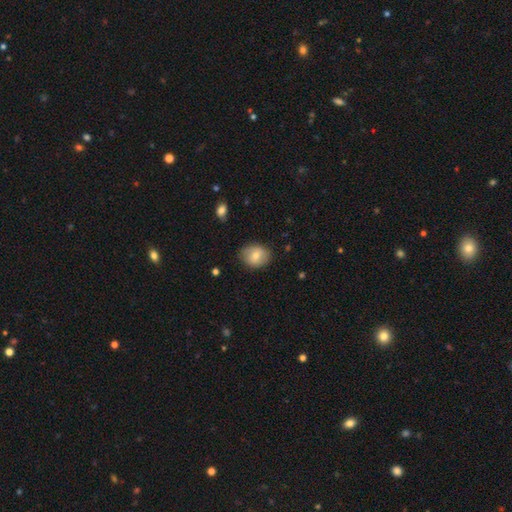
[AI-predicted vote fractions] The model was most divided on "how rounded": round: 56%, in between: 43%, cigar-shaped: 1%. More confident: merging — none (81%); smooth or featured — smooth (73%).